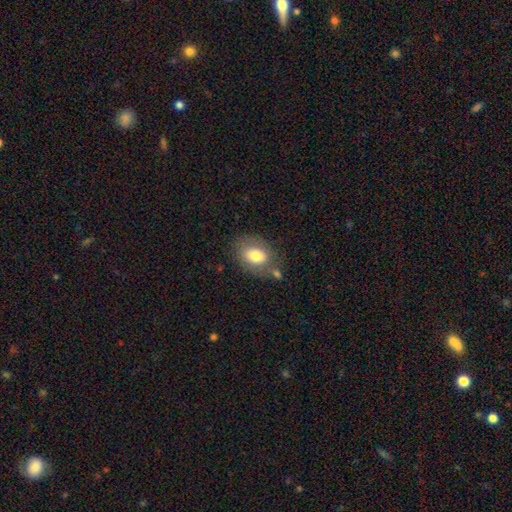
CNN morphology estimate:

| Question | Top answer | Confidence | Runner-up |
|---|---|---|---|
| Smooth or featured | smooth | 75% | featured or disk (17%) |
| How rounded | in between | 69% | round (30%) |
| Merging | none | 64% | minor disturbance (18%) |